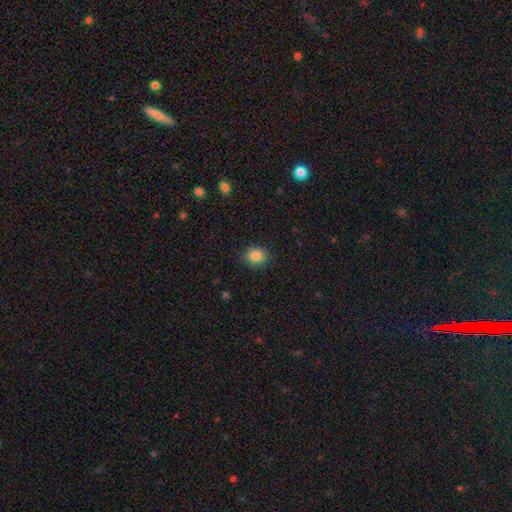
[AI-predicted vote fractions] The model was most divided on "how rounded": round: 55%, in between: 44%, cigar-shaped: 1%. More confident: smooth or featured — smooth (86%); merging — none (86%).